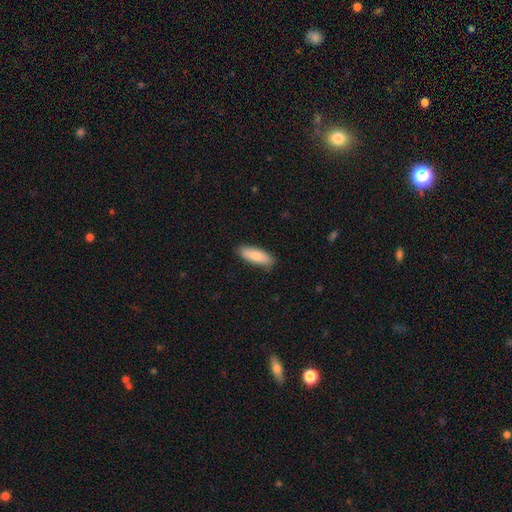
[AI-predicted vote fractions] Smooth or featured? smooth (81%)
How rounded? in between (61%)
Merging? none (85%)